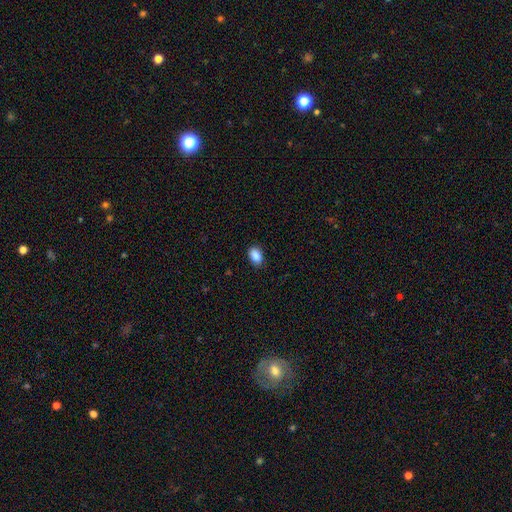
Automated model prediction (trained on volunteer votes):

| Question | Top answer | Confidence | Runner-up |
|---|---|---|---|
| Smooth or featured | smooth | 89% | star or artifact (8%) |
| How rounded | in between | 86% | round (12%) |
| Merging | none | 87% | minor disturbance (10%) |